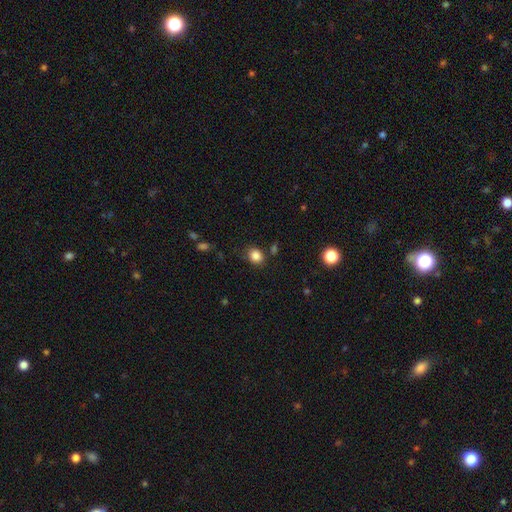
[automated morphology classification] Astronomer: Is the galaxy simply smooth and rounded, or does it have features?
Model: smooth — 85%.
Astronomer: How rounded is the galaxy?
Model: round — 56% (runner-up: in between, 43%).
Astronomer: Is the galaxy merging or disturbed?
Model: none — 79%.